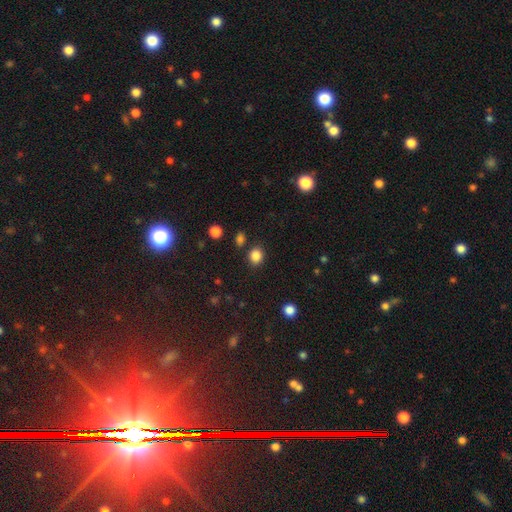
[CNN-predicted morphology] type=smooth (85%); roundness=round (66%); merging=none (83%).